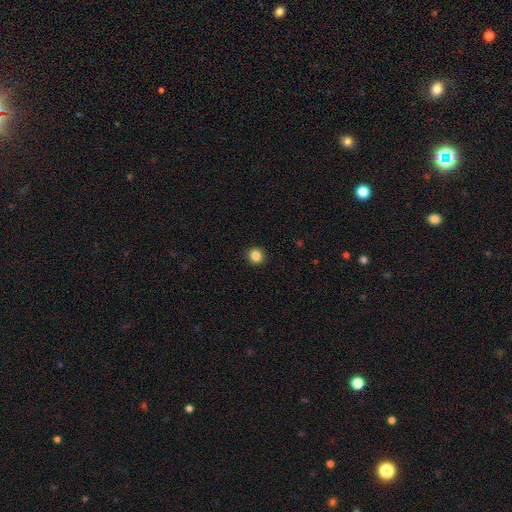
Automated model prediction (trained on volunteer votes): Smooth or featured?
  - smooth: 86% *
  - star or artifact: 11%
  - featured or disk: 4%
How rounded?
  - round: 86% *
  - in between: 13%
  - cigar-shaped: 1%
Merging?
  - none: 91% *
  - minor disturbance: 6%
  - major disturbance: 2%
  - merger: 1%